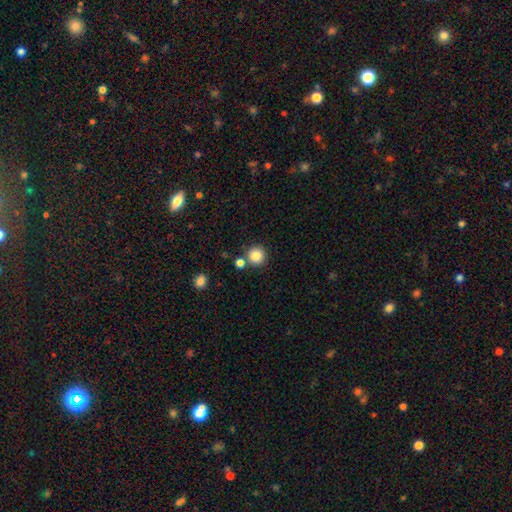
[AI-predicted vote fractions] smooth_or_featured: smooth (p=0.85) [alt: star or artifact p=0.10]
how_rounded: round (p=0.94) [alt: in between p=0.05]
merging: none (p=0.80) [alt: merger p=0.11]